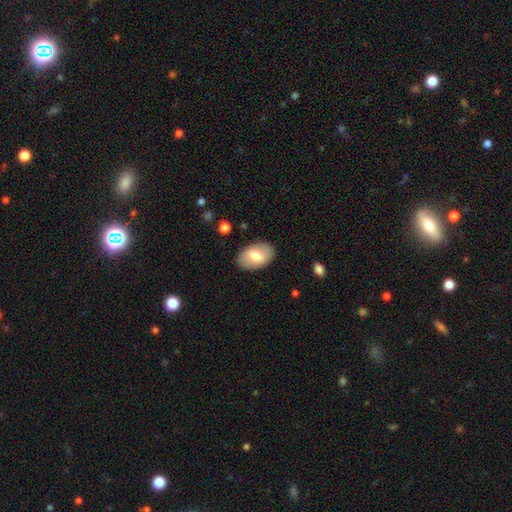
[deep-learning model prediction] This appears to be a smooth galaxy with no disk features (68%) that is in between round and cigar-shaped (90%). Merging: none (87%).